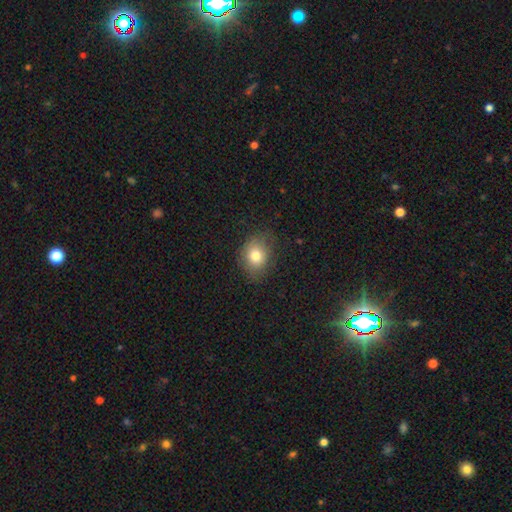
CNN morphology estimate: Smooth or featured?
  - smooth: 79% *
  - star or artifact: 11%
  - featured or disk: 10%
How rounded?
  - round: 58% *
  - in between: 41%
  - cigar-shaped: 1%
Merging?
  - none: 77% *
  - minor disturbance: 17%
  - major disturbance: 5%
  - merger: 1%